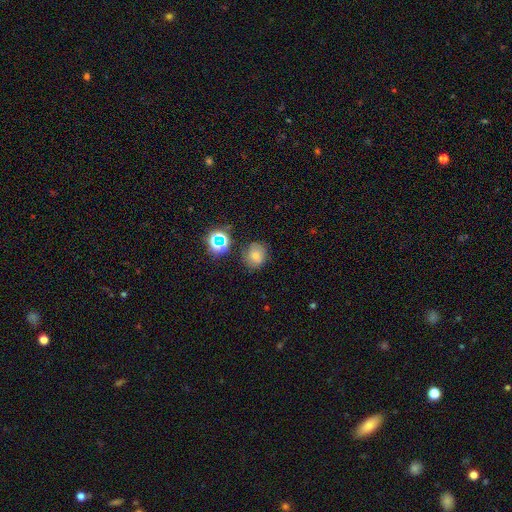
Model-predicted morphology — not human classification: smooth_or_featured: smooth (p=0.55) [alt: star or artifact p=0.26]
how_rounded: round (p=0.82) [alt: in between p=0.17]
merging: none (p=0.81) [alt: minor disturbance p=0.11]